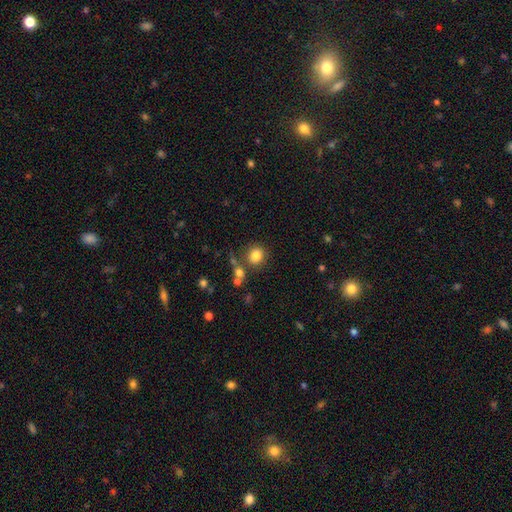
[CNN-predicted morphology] smooth 82%, star or artifact 11%, featured or disk 6%. Down the decision tree: how rounded — round (83%); merging — none (76%).